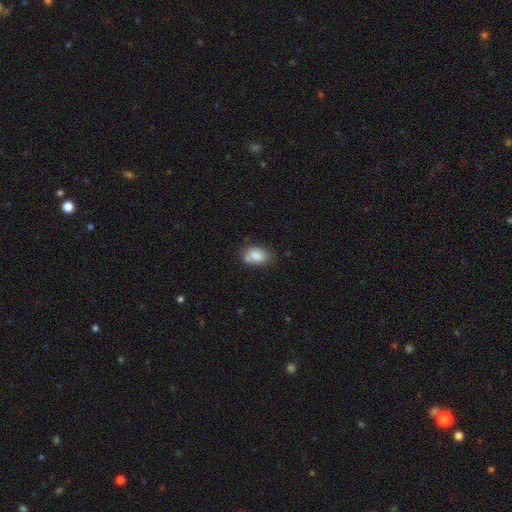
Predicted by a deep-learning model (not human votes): Smooth or featured? smooth (82%)
How rounded? in between (81%)
Merging? none (60%)